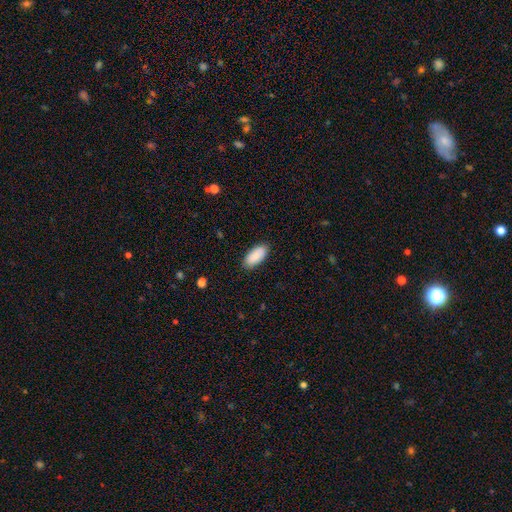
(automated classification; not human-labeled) The model was most divided on "merging": none: 88%, minor disturbance: 9%, major disturbance: 2%, merger: 1%. More confident: how rounded — in between (92%); smooth or featured — smooth (90%).